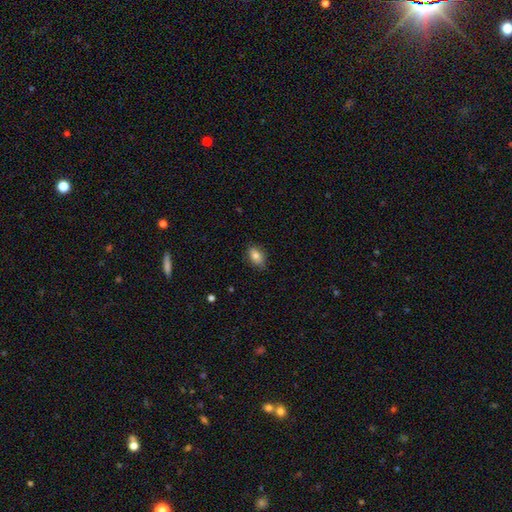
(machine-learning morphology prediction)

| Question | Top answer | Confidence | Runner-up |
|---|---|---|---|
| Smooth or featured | smooth | 81% | featured or disk (11%) |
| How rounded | in between | 86% | round (11%) |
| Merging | none | 81% | minor disturbance (15%) |